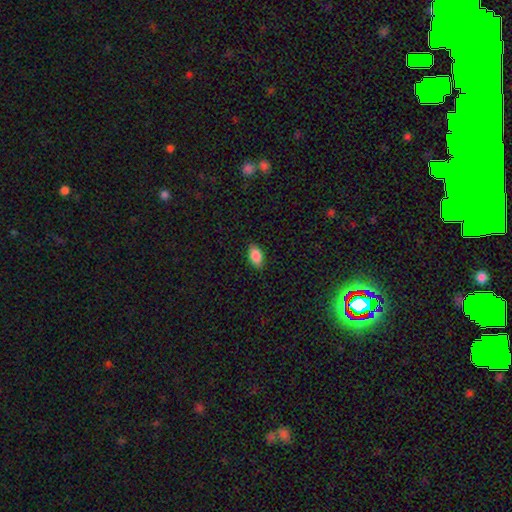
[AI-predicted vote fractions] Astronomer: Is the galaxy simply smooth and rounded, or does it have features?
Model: smooth — 87%.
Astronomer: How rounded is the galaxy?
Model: in between — 91%.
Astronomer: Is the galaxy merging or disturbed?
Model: none — 87%.